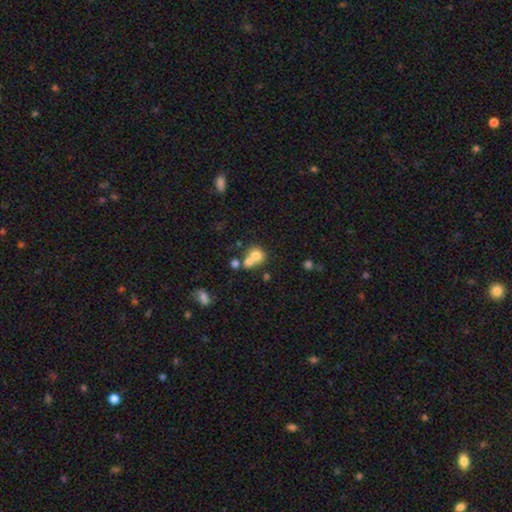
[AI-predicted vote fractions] Q: Smooth or featured?
A: smooth (73%); runner-up: featured or disk (15%)
Q: How rounded?
A: round (76%); runner-up: in between (23%)
Q: Merging?
A: merger (54%); runner-up: none (35%)